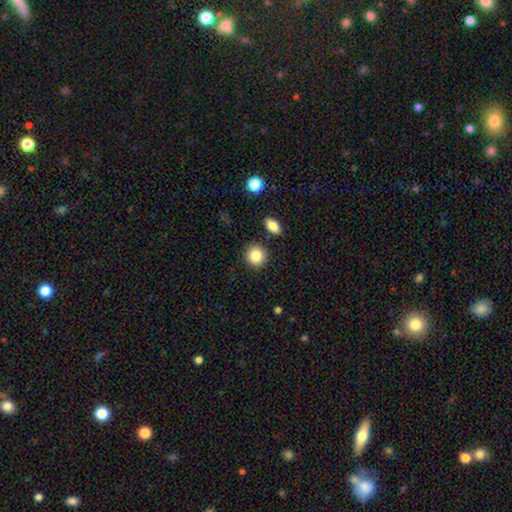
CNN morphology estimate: The model was most divided on "smooth or featured": smooth: 85%, star or artifact: 9%, featured or disk: 6%. More confident: how rounded — round (90%); merging — none (86%).